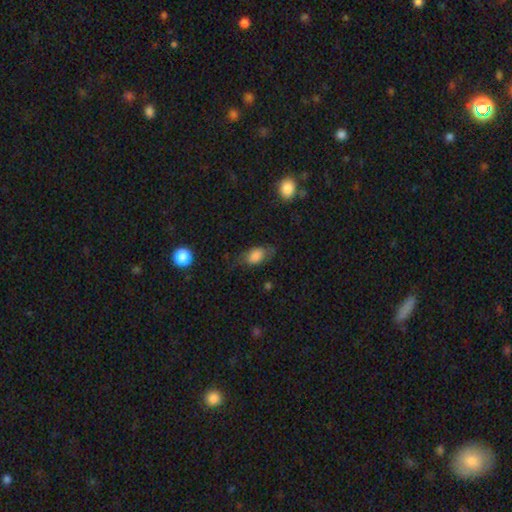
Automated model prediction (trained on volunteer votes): smooth-or-featured: smooth: 74% | featured or disk: 17% | star or artifact: 9%
  how-rounded: in between: 86% | round: 9% | cigar-shaped: 5%
  merging: none: 59% | minor disturbance: 26% | major disturbance: 13% | merger: 2%